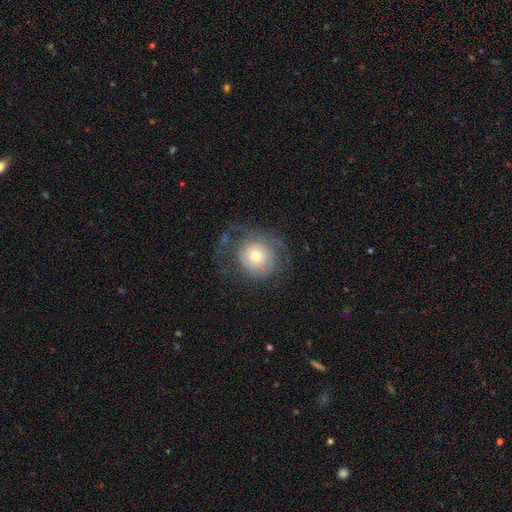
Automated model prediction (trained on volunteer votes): Q: Smooth or featured?
A: featured or disk (61%); runner-up: smooth (31%)
Q: Edge-on disk?
A: no (96%); runner-up: yes (4%)
Q: Bar?
A: no (82%); runner-up: weak (15%)
Q: Spiral arms?
A: yes (78%); runner-up: no (22%)
Q: Bulge size?
A: moderate (54%); runner-up: small (31%)
Q: Merging?
A: none (59%); runner-up: major disturbance (21%)